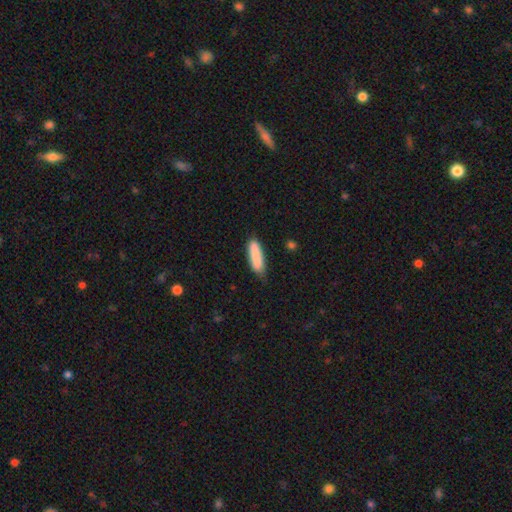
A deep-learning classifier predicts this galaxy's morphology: A smooth galaxy with no disk features (87%) that is cigar-shaped (60%).

Vote fractions:
- Smooth or featured? smooth: 87% / featured or disk: 7% / star or artifact: 6%
- How rounded? cigar-shaped: 60% / in between: 38% / round: 2%
- Merging? none: 70% / minor disturbance: 23% / major disturbance: 4% / merger: 2%